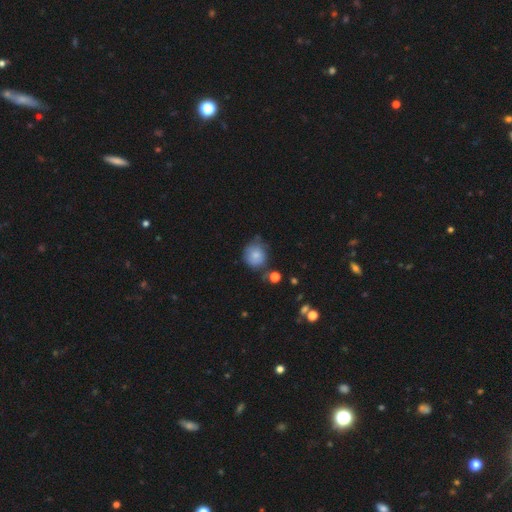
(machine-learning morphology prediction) smooth_or_featured: smooth (p=0.74) [alt: featured or disk p=0.17]
how_rounded: round (p=0.80) [alt: in between p=0.19]
merging: none (p=0.52) [alt: minor disturbance p=0.33]